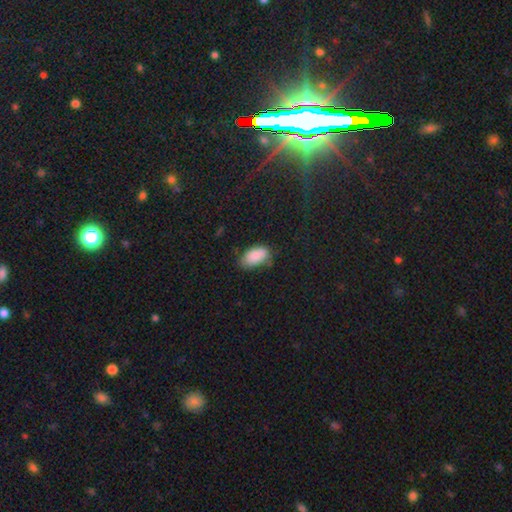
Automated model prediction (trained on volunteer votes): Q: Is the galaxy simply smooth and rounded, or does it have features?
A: smooth — 86%.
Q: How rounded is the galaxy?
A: in between — 94%.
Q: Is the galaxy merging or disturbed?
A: none — 60%.